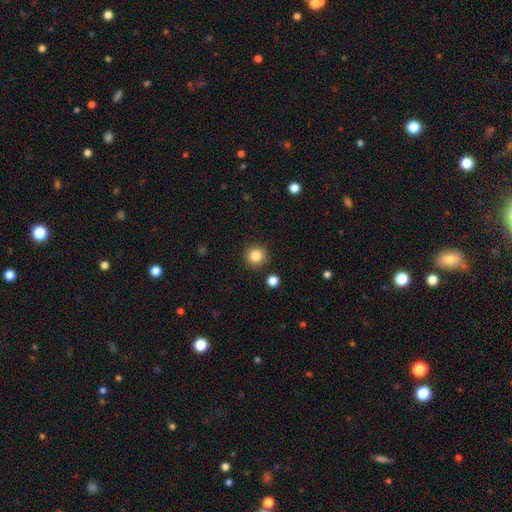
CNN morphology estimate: A smooth galaxy with no disk features (84%) that is round (95%).

Vote fractions:
- Smooth or featured? smooth: 84% / star or artifact: 11% / featured or disk: 5%
- How rounded? round: 95% / in between: 4% / cigar-shaped: 1%
- Merging? none: 90% / minor disturbance: 6% / merger: 2% / major disturbance: 2%